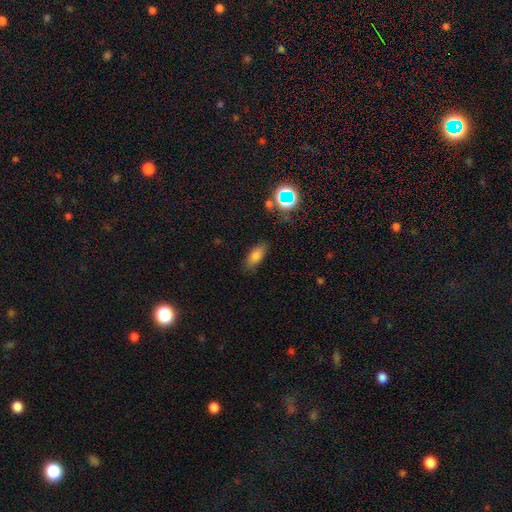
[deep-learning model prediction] smooth-or-featured: smooth: 78% | star or artifact: 12% | featured or disk: 10%
  how-rounded: in between: 82% | cigar-shaped: 14% | round: 4%
  merging: none: 82% | minor disturbance: 13% | major disturbance: 3% | merger: 2%